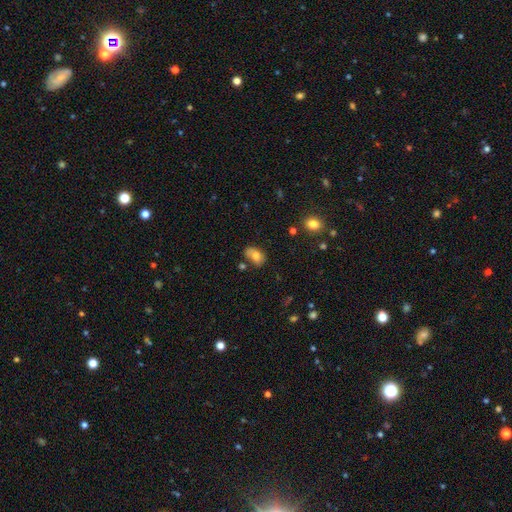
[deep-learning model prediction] This appears to be a smooth galaxy with no disk features (74%) that is in between round and cigar-shaped (83%). Merging: none (51%).